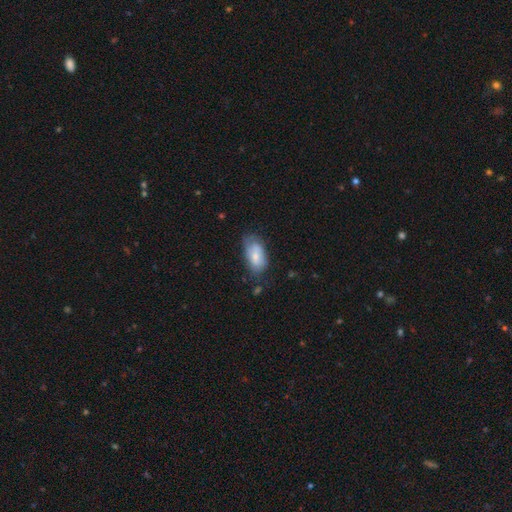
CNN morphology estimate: The model was most divided on "merging": none: 48%, minor disturbance: 35%, major disturbance: 13%, merger: 4%. More confident: how rounded — in between (93%); smooth or featured — smooth (68%).